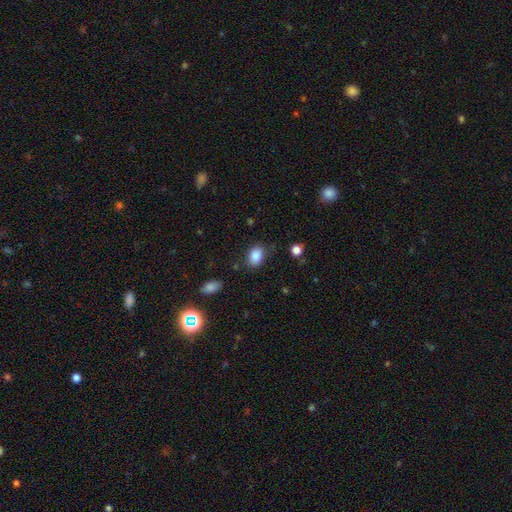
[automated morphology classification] Smooth or featured? smooth (87%)
How rounded? in between (80%)
Merging? none (74%)